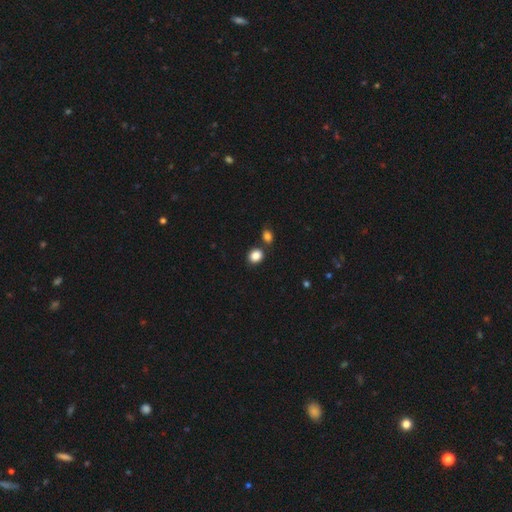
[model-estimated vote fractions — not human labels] Q: Smooth or featured?
A: smooth (86%); runner-up: star or artifact (10%)
Q: How rounded?
A: round (61%); runner-up: in between (38%)
Q: Merging?
A: none (75%); runner-up: merger (13%)